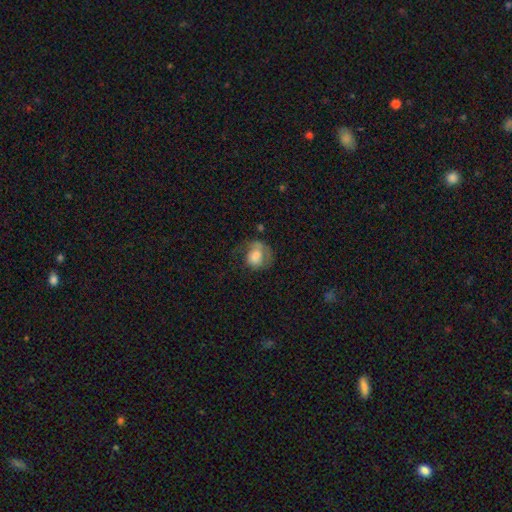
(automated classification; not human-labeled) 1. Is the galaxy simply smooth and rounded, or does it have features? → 60% smooth, 31% featured or disk, 8% star or artifact.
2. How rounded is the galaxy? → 61% round, 38% in between, 1% cigar-shaped.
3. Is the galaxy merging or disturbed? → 37% none, 35% major disturbance, 25% minor disturbance, 3% merger.